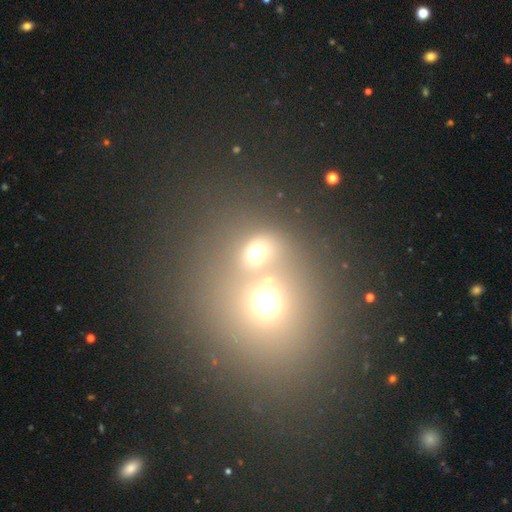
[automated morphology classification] Smooth or featured? smooth (58%)
How rounded? round (73%)
Merging? merger (58%)